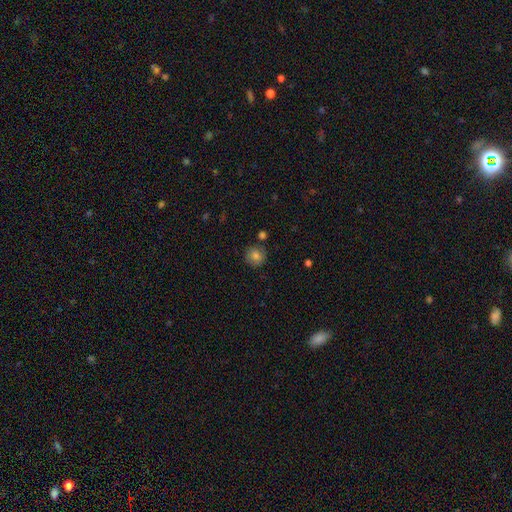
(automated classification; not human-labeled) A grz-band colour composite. It shows a smooth galaxy with no disk features (80%) that is round (91%). Merging: none (83%).